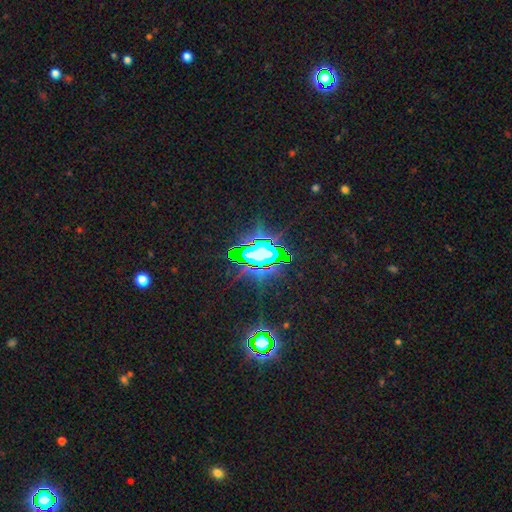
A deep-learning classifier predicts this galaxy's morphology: star or artifact 70%, smooth 17%, featured or disk 13%.